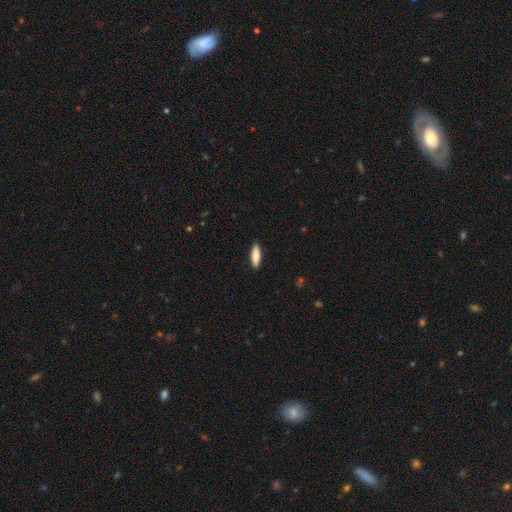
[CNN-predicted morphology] The model was most divided on "how rounded": cigar-shaped: 57%, in between: 41%, round: 2%. More confident: merging — none (91%); smooth or featured — smooth (79%).